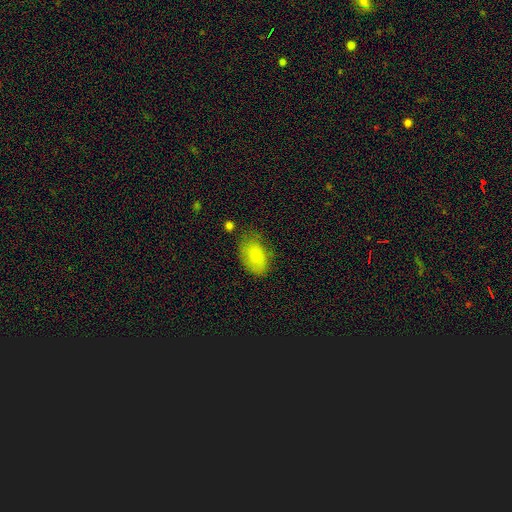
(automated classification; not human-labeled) smooth 80%, featured or disk 14%, star or artifact 7%. Down the decision tree: how rounded — in between (90%); merging — none (61%).